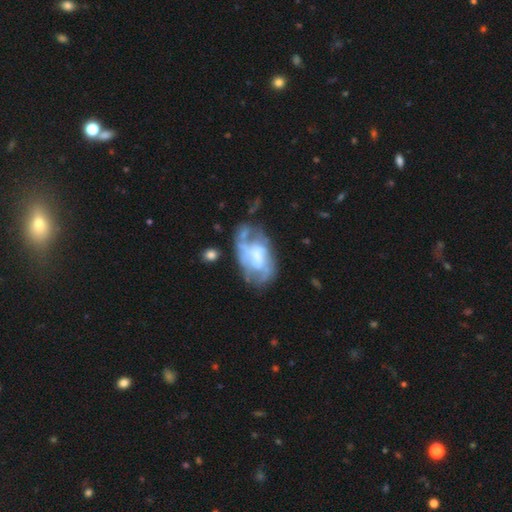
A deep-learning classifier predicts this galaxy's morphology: Smooth or featured: featured or disk — 69% (smooth — 23%)
Edge-on disk: no — 97% (yes — 3%)
Bar: no — 55% (weak — 34%)
Spiral arms: yes — 63% (no — 37%)
Bulge size: none — 33% (moderate — 26%)
Merging: none — 41% (major disturbance — 27%)